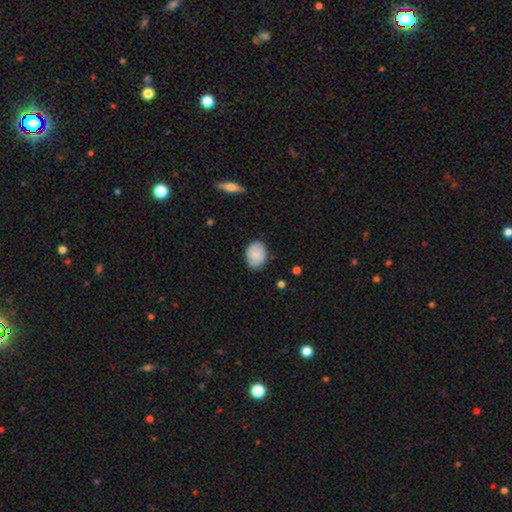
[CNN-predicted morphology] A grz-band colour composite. It shows a smooth galaxy with no disk features (82%) that is in between round and cigar-shaped (64%). Merging: none (78%).